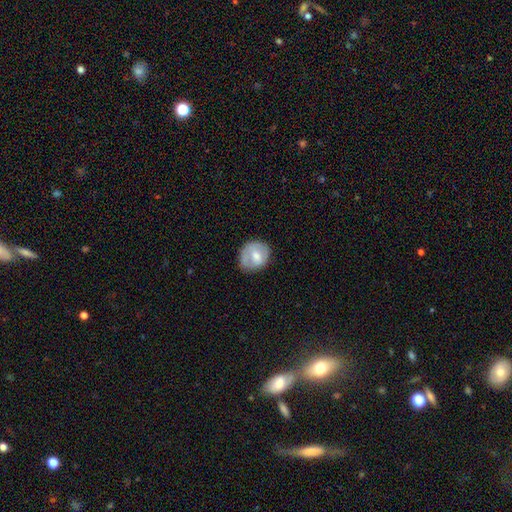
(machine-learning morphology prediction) smooth 60%, featured or disk 34%, star or artifact 7%. Down the decision tree: how rounded — round (72%); merging — none (65%).